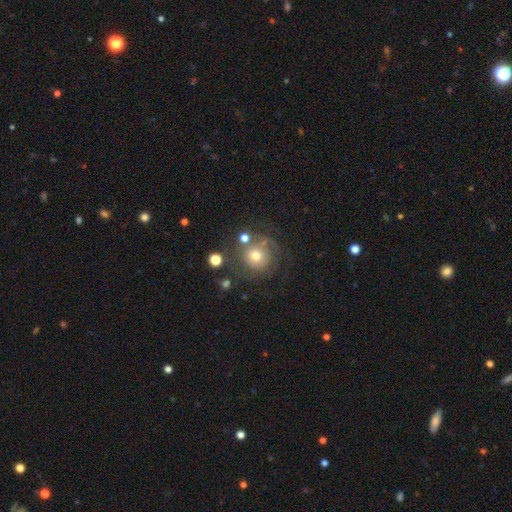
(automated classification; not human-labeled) Smooth or featured?
  - smooth: 57% *
  - featured or disk: 30%
  - star or artifact: 13%
How rounded?
  - round: 89% *
  - in between: 10%
  - cigar-shaped: 1%
Merging?
  - none: 61% *
  - minor disturbance: 17%
  - major disturbance: 14%
  - merger: 8%